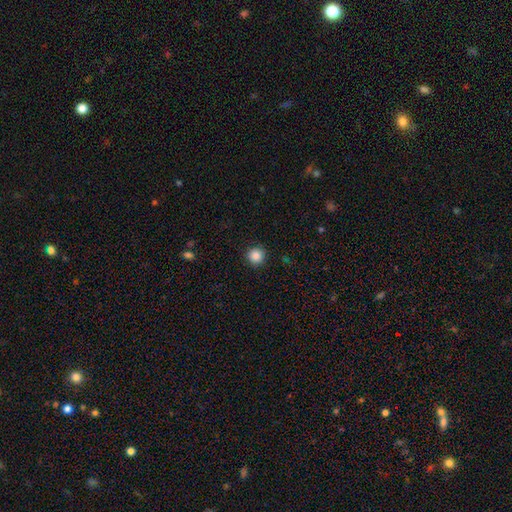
smooth 100%, featured or disk 0%, star or artifact 0%. Down the decision tree: how rounded — round (100%); merging — none (92%).